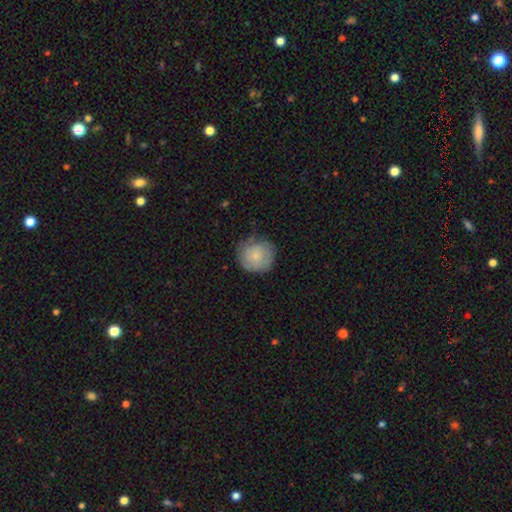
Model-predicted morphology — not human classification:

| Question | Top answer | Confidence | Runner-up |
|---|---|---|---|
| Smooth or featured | smooth | 68% | featured or disk (25%) |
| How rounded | round | 89% | in between (10%) |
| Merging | none | 63% | minor disturbance (27%) |